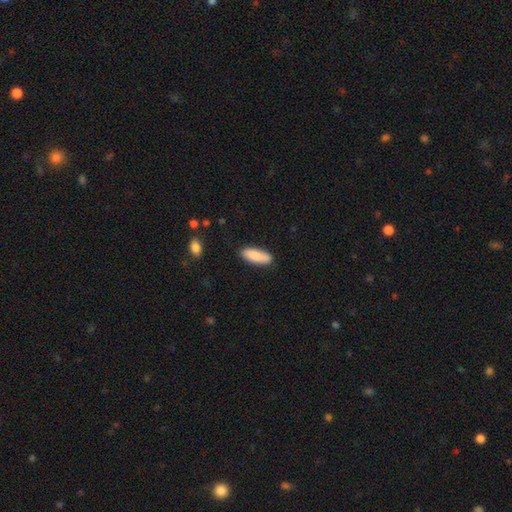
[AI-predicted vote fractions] Overall: smooth (86%). How rounded: in between (66%; cigar-shaped 32%). Merging: none (81%).